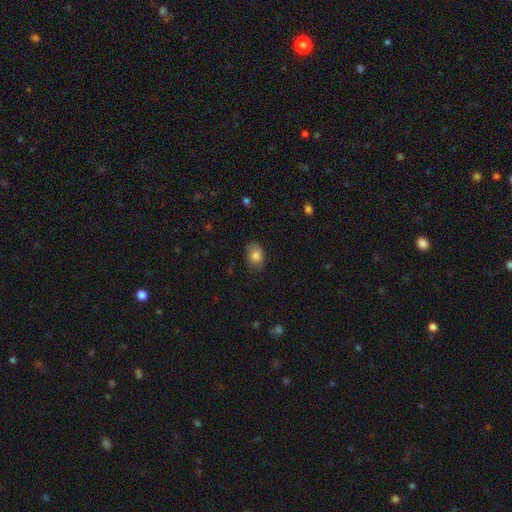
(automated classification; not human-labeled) Smooth or featured? smooth (82%)
How rounded? in between (78%)
Merging? none (75%)